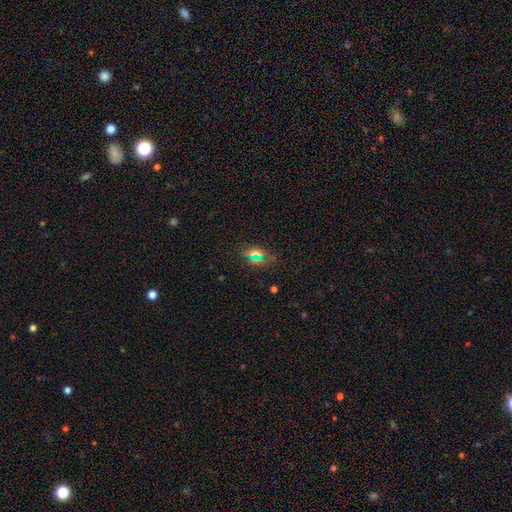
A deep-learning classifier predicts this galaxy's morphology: Overall: smooth (58%; star or artifact 31%). How rounded: in between (73%). Merging: none (78%).